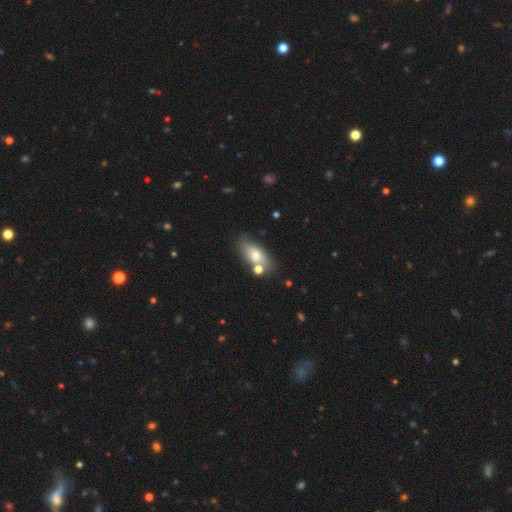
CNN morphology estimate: smooth 70%, featured or disk 22%, star or artifact 8%. Down the decision tree: how rounded — in between (85%); merging — none (63%).